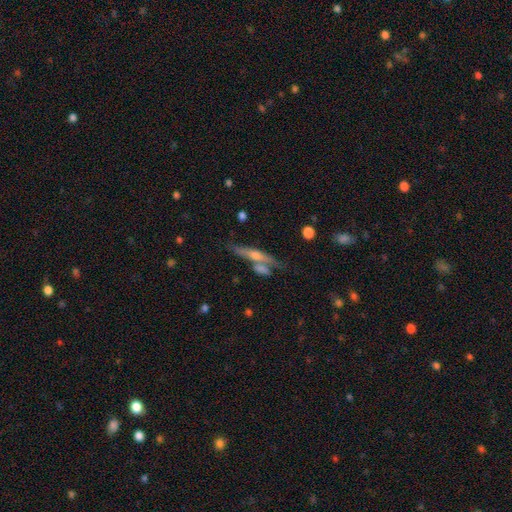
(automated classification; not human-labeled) This is likely a featured or disk galaxy (60%). It is clearly viewed edge-on (92%). Edge-on bulge: clearly rounded (80%). Merging: likely none (60%).